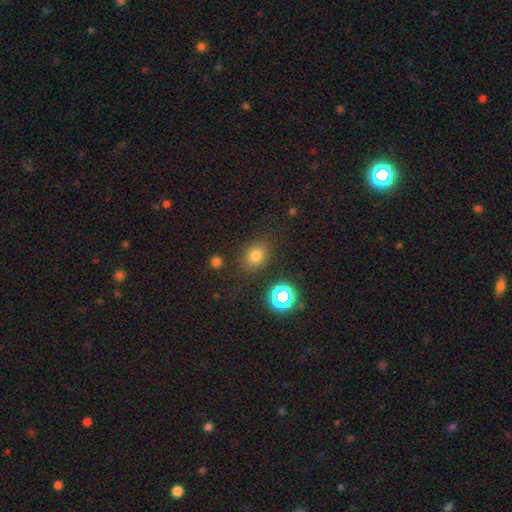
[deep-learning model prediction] Smooth or featured?
  - smooth: 75% *
  - star or artifact: 18%
  - featured or disk: 7%
How rounded?
  - round: 62% *
  - in between: 37%
  - cigar-shaped: 1%
Merging?
  - none: 80% *
  - minor disturbance: 12%
  - major disturbance: 5%
  - merger: 3%